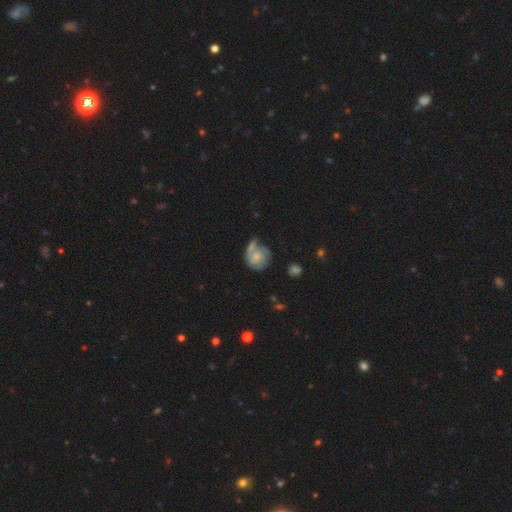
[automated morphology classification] smooth_or_featured: featured or disk (p=0.67) [alt: smooth p=0.27]
disk_edge_on: no (p=0.98) [alt: yes p=0.02]
bar: no (p=0.69) [alt: weak p=0.26]
has_spiral_arms: yes (p=0.88) [alt: no p=0.12]
spiral_winding: tight (p=0.53) [alt: medium p=0.34]
spiral_arm_count: 2 (p=0.41) [alt: can't tell p=0.22]
bulge_size: small (p=0.44) [alt: moderate p=0.37]
merging: none (p=0.49) [alt: minor disturbance p=0.25]